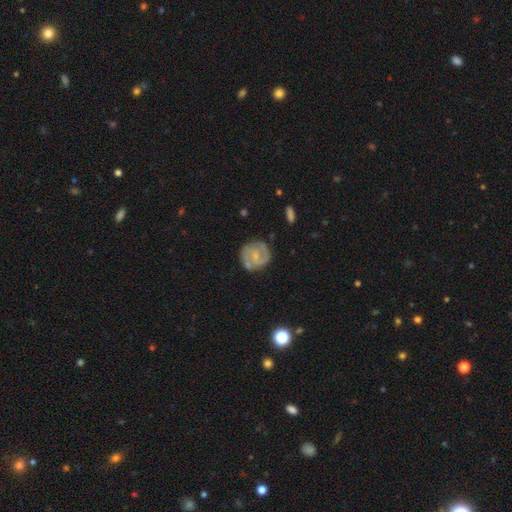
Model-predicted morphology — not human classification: Q: Smooth or featured?
A: featured or disk (73%); runner-up: smooth (22%)
Q: Edge-on disk?
A: no (98%); runner-up: yes (2%)
Q: Bar?
A: weak (46%); runner-up: no (44%)
Q: Spiral arms?
A: yes (90%); runner-up: no (10%)
Q: Spiral winding?
A: medium (44%); runner-up: tight (42%)
Q: Spiral arm count?
A: 2 (76%); runner-up: can't tell (11%)
Q: Bulge size?
A: small (57%); runner-up: moderate (26%)
Q: Merging?
A: none (75%); runner-up: minor disturbance (16%)